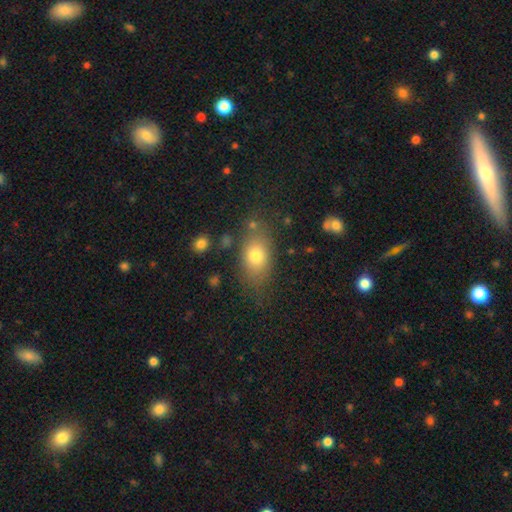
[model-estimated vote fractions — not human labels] Q: Smooth or featured?
A: smooth (75%); runner-up: featured or disk (14%)
Q: How rounded?
A: in between (79%); runner-up: round (17%)
Q: Merging?
A: none (74%); runner-up: minor disturbance (16%)